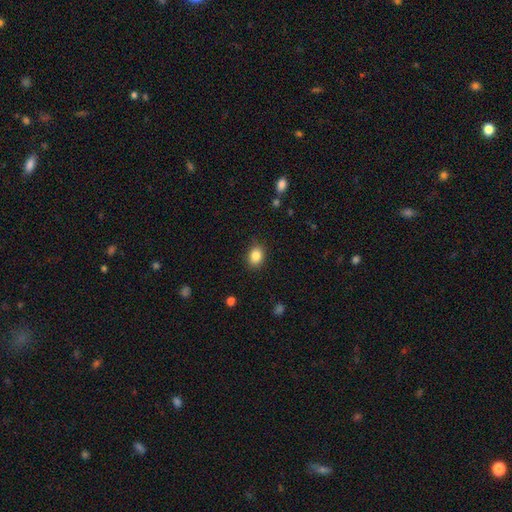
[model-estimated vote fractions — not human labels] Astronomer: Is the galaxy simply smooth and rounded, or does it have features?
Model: smooth — 86%.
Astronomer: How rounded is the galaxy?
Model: in between — 61% (runner-up: round, 38%).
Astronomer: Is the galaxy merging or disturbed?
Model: none — 85%.